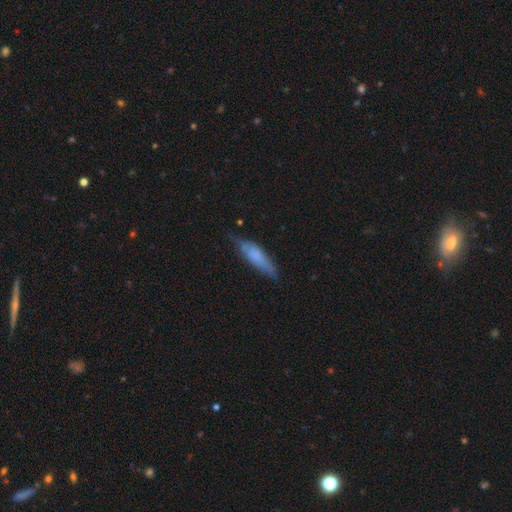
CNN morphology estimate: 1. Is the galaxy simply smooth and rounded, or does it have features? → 67% smooth, 27% featured or disk, 7% star or artifact.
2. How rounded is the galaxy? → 68% cigar-shaped, 30% in between, 2% round.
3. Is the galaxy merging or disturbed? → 60% none, 30% minor disturbance, 7% major disturbance, 2% merger.